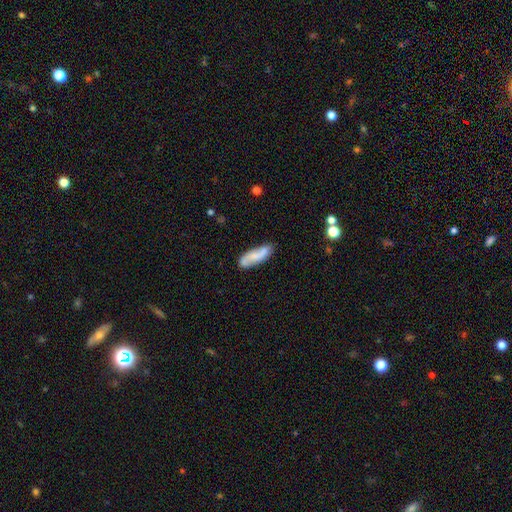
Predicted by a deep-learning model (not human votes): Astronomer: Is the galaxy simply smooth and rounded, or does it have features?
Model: featured or disk — 48% (runner-up: smooth, 46%).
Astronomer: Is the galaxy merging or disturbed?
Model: none — 74%.